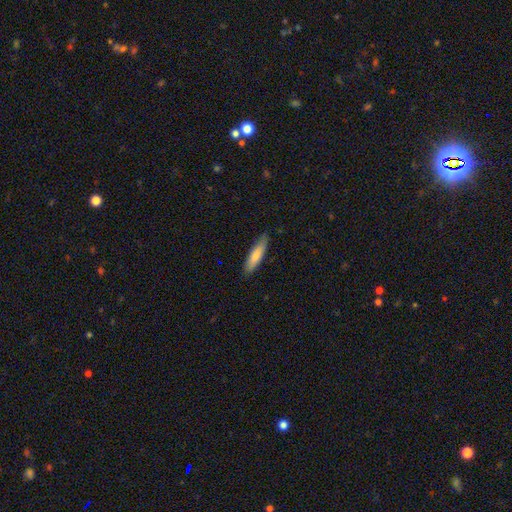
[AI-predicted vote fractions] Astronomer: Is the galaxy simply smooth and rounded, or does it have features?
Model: smooth — 78%.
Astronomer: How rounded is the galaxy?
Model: cigar-shaped — 72%.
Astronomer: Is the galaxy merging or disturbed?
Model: none — 83%.